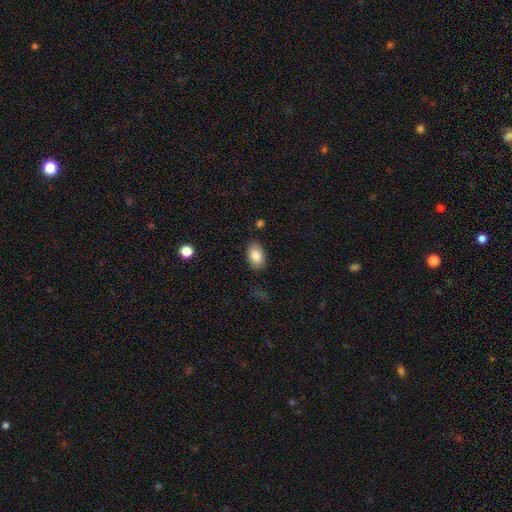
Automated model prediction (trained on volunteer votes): Morphology: type=smooth (83%); roundness=in between (86%); merging=none (85%).